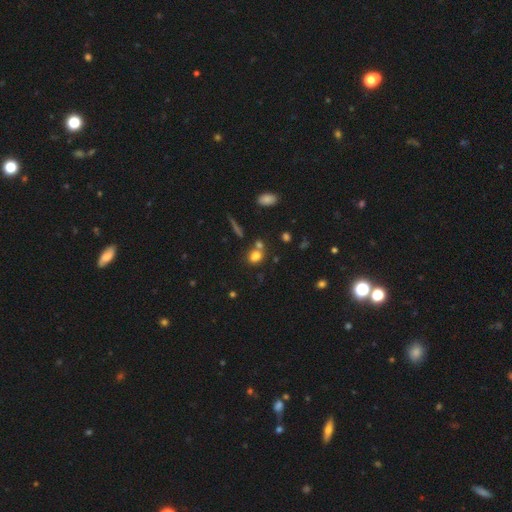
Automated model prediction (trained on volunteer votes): Smooth or featured? smooth (76%)
How rounded? round (50%)
Merging? none (55%)